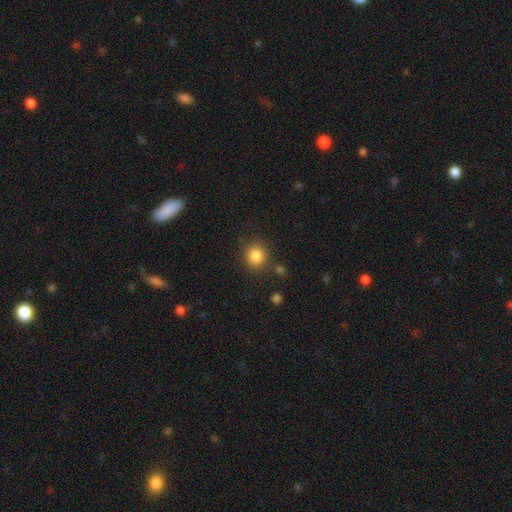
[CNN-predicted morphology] smooth 85%, star or artifact 11%, featured or disk 5%. Down the decision tree: how rounded — round (83%); merging — none (83%).